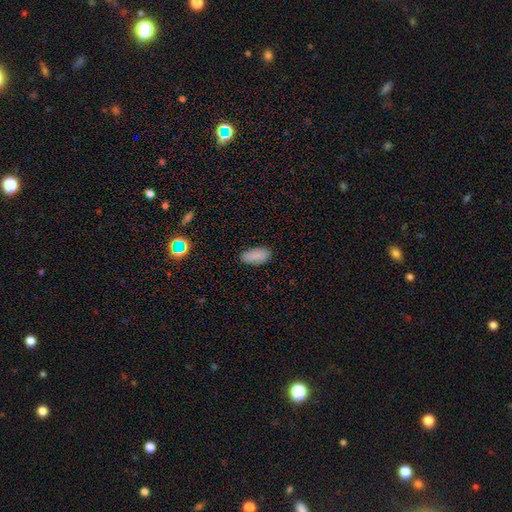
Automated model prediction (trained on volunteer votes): smooth 87%, star or artifact 8%, featured or disk 5%. Down the decision tree: how rounded — in between (92%); merging — none (86%).